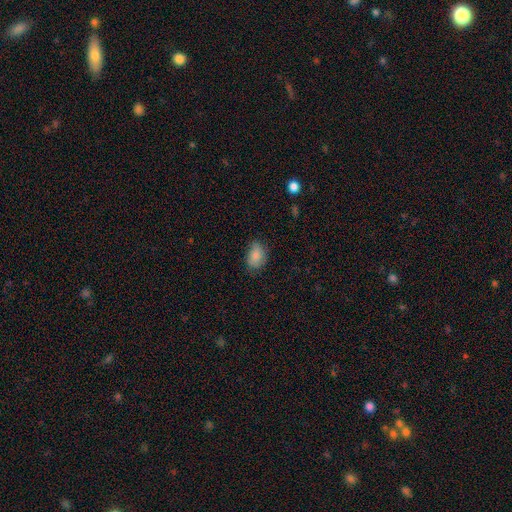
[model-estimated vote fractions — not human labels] Overall: smooth (81%). How rounded: in between (82%). Merging: none (66%; minor disturbance 27%).